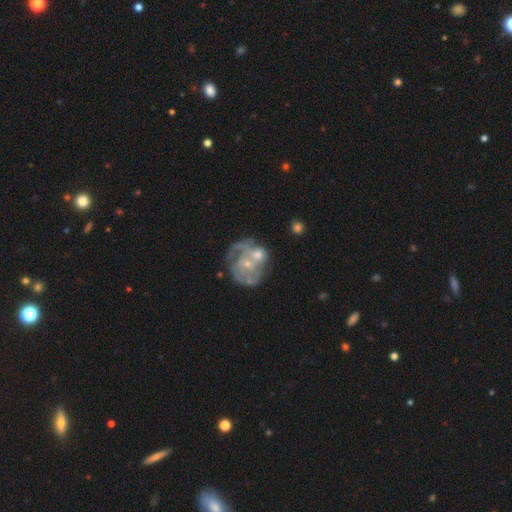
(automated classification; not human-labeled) Smooth or featured: featured or disk — 78% (smooth — 15%)
Edge-on disk: no — 98% (yes — 2%)
Bar: no — 74% (weak — 22%)
Spiral arms: yes — 77% (no — 23%)
Spiral winding: tight — 52% (medium — 34%)
Spiral arm count: can't tell — 38% (2 — 30%)
Bulge size: small — 66% (moderate — 27%)
Merging: none — 42% (merger — 28%)